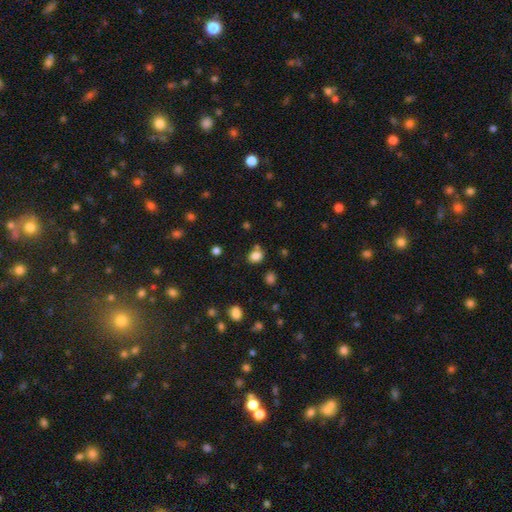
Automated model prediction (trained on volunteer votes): This appears to be a smooth galaxy with no disk features (82%) that is round (53%). Merging: none (67%).